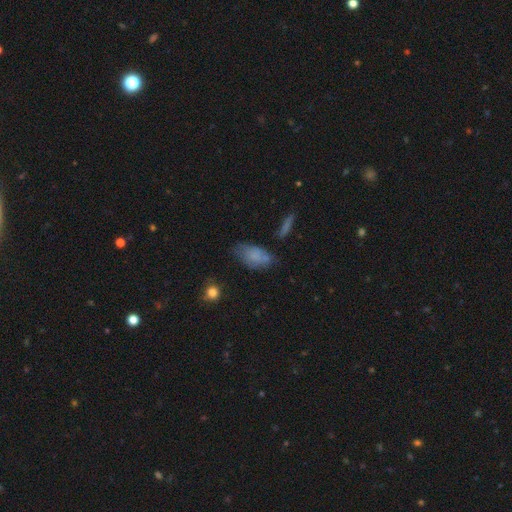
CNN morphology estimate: smooth_or_featured: smooth (p=0.64) [alt: featured or disk p=0.27]
how_rounded: in between (p=0.89) [alt: round p=0.06]
merging: none (p=0.48) [alt: minor disturbance p=0.31]